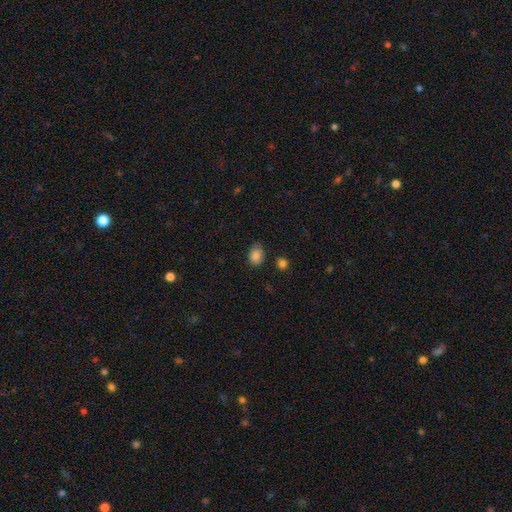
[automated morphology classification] type=smooth (84%); roundness=in between (67%); merging=none (69%).